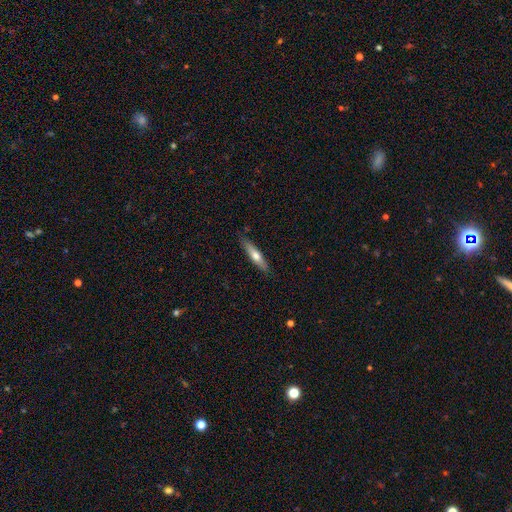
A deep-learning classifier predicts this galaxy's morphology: smooth_or_featured: smooth (p=0.54) [alt: featured or disk p=0.40]
how_rounded: cigar-shaped (p=0.81) [alt: in between p=0.17]
merging: none (p=0.86) [alt: minor disturbance p=0.11]